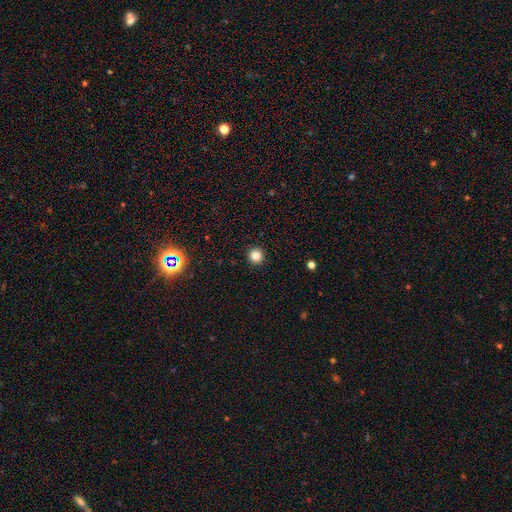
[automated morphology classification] Smooth or featured? Predicted: smooth (p=0.83). How rounded? Predicted: round (p=0.95). Merging? Predicted: none (p=0.93).